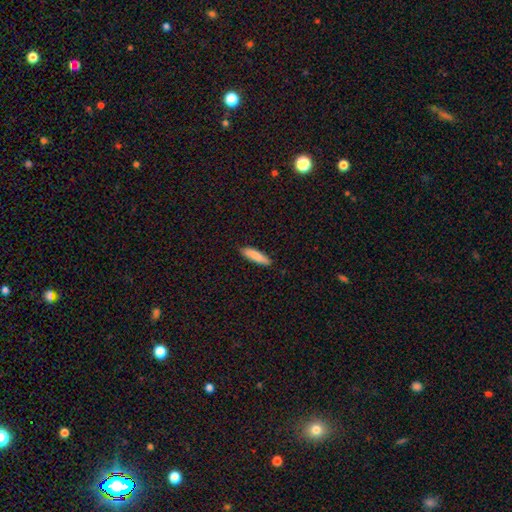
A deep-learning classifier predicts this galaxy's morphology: This is clearly a smooth galaxy (87%). How rounded: likely cigar-shaped (68%). Merging: clearly none (88%).